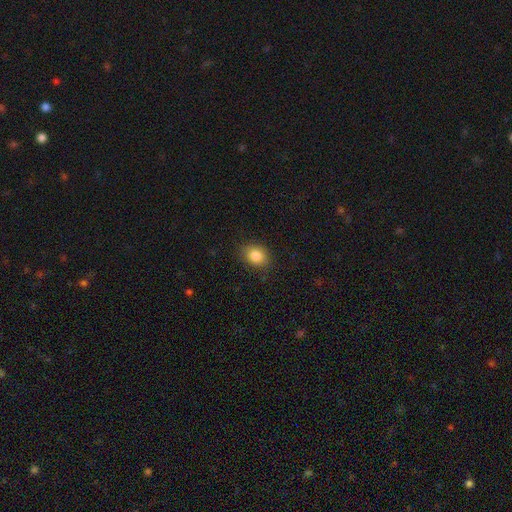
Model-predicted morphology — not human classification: Overall: smooth (85%). How rounded: round (52%; in between 47%). Merging: none (82%).